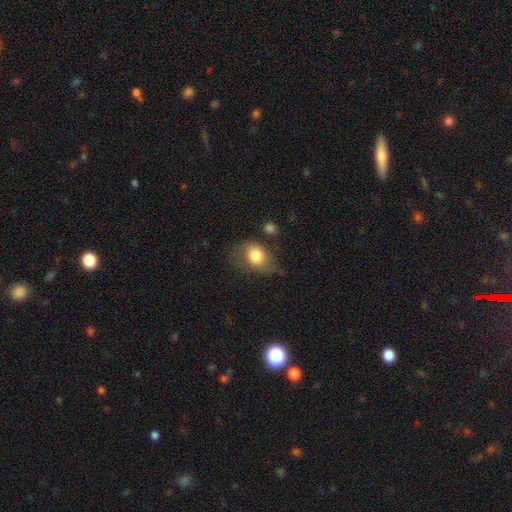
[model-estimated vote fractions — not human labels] Smooth or featured? smooth (79%)
How rounded? in between (66%)
Merging? none (48%)